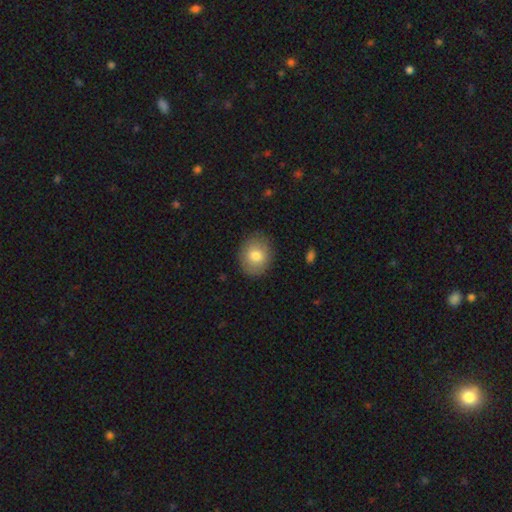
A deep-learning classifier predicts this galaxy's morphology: A smooth galaxy with no disk features (80%) that is round (61%).

Vote fractions:
- Smooth or featured? smooth: 80% / featured or disk: 12% / star or artifact: 8%
- How rounded? round: 61% / in between: 38% / cigar-shaped: 1%
- Merging? none: 86% / minor disturbance: 10% / major disturbance: 3% / merger: 1%